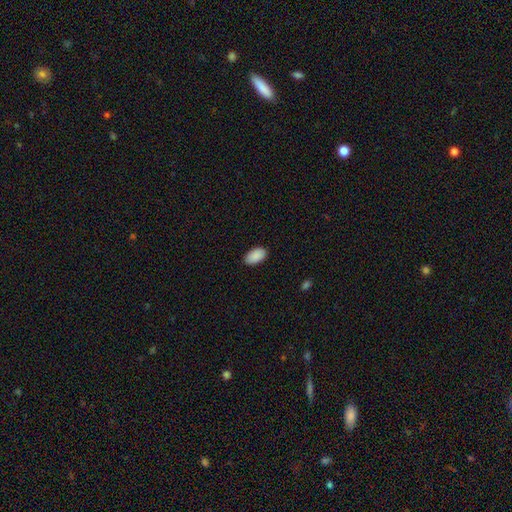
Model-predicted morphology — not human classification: Q: Smooth or featured?
A: smooth (91%); runner-up: star or artifact (6%)
Q: How rounded?
A: in between (95%); runner-up: round (4%)
Q: Merging?
A: none (87%); runner-up: minor disturbance (10%)